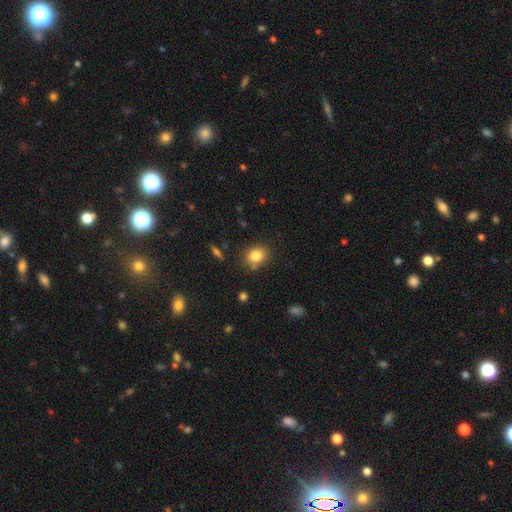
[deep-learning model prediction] This appears to be a smooth galaxy with no disk features (82%) that is round (63%). Merging: none (77%).